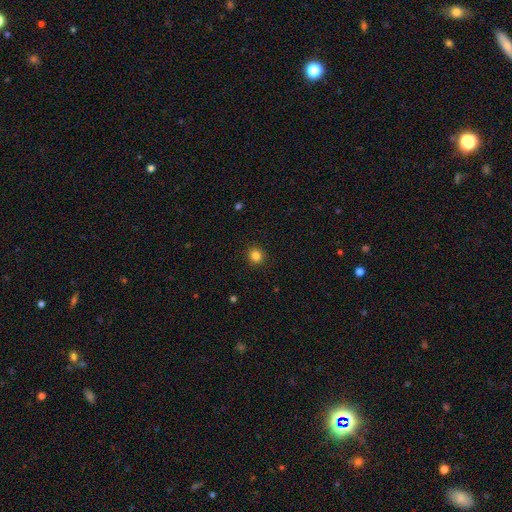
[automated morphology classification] This appears to be a smooth galaxy with no disk features (83%) that is round (89%). Merging: none (92%).